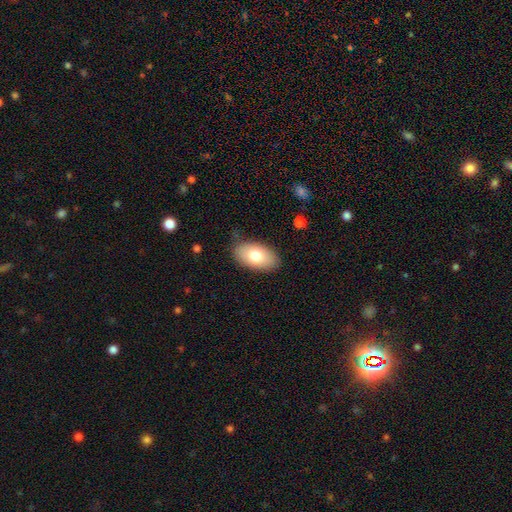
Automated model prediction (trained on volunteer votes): Smooth or featured?
  - smooth: 77% *
  - featured or disk: 17%
  - star or artifact: 7%
How rounded?
  - in between: 94% *
  - round: 4%
  - cigar-shaped: 1%
Merging?
  - none: 84% *
  - minor disturbance: 12%
  - major disturbance: 3%
  - merger: 1%